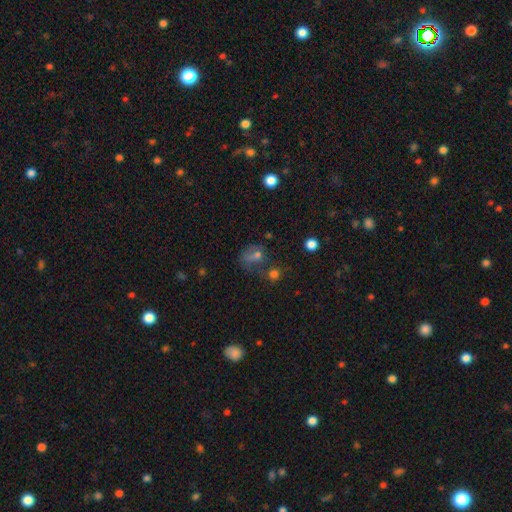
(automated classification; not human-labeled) smooth_or_featured: smooth (p=0.45) [alt: star or artifact p=0.33]
merging: none (p=0.40) [alt: major disturbance p=0.23]